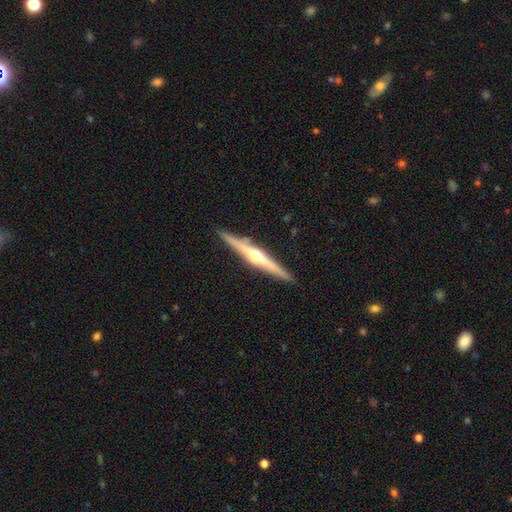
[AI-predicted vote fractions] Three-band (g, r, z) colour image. It shows a featured or disk galaxy (78%) viewed edge-on (98%) with a rounded central bulge (90%). Merging: none (90%).